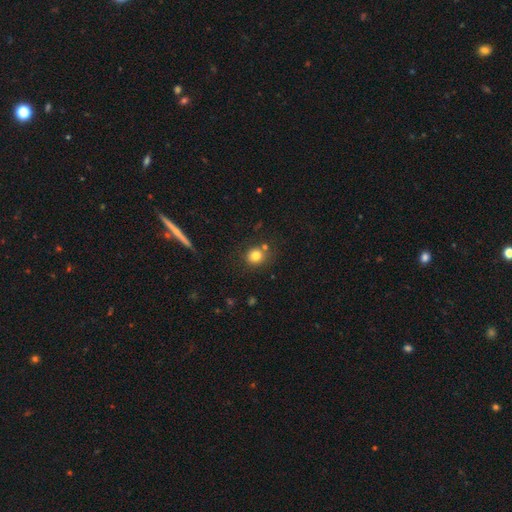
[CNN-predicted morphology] This is likely a smooth galaxy (80%). How rounded: clearly round (84%). Merging: likely none (73%).